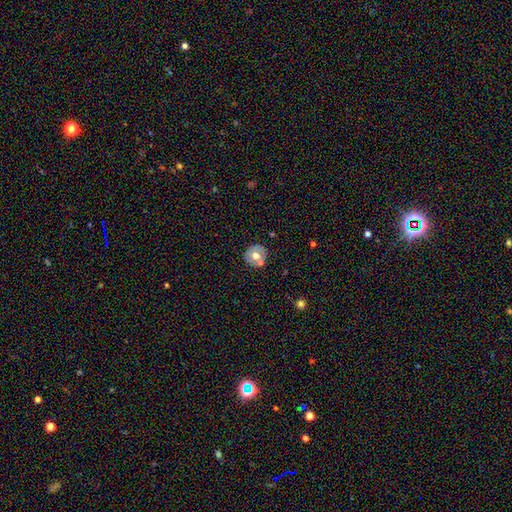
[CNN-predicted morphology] A smooth galaxy with no disk features (54%) that is round (87%). Merging: none (71%).